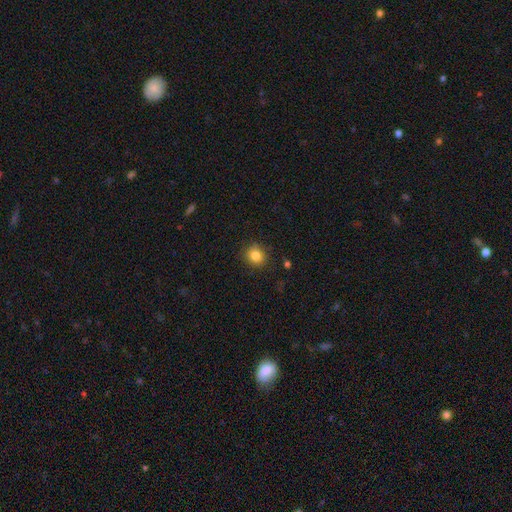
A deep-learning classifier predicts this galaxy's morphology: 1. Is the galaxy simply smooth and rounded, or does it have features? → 83% smooth, 11% star or artifact, 6% featured or disk.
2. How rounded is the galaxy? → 81% round, 18% in between, 1% cigar-shaped.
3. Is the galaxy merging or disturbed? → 86% none, 10% minor disturbance, 3% major disturbance, 1% merger.